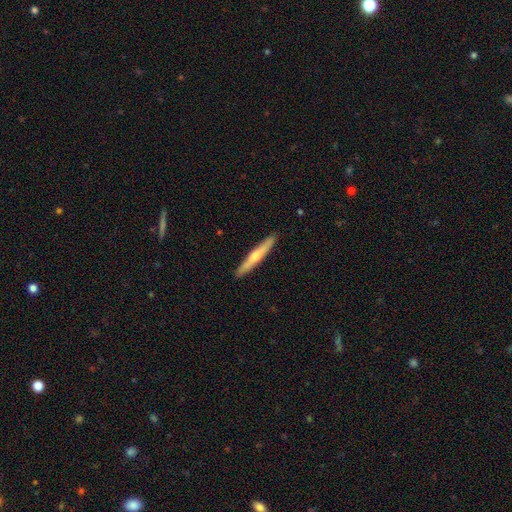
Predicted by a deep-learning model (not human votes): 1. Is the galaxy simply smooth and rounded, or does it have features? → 51% smooth, 44% featured or disk, 5% star or artifact.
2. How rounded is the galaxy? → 95% cigar-shaped, 4% in between, 1% round.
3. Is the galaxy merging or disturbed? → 91% none, 6% minor disturbance, 1% major disturbance, 1% merger.